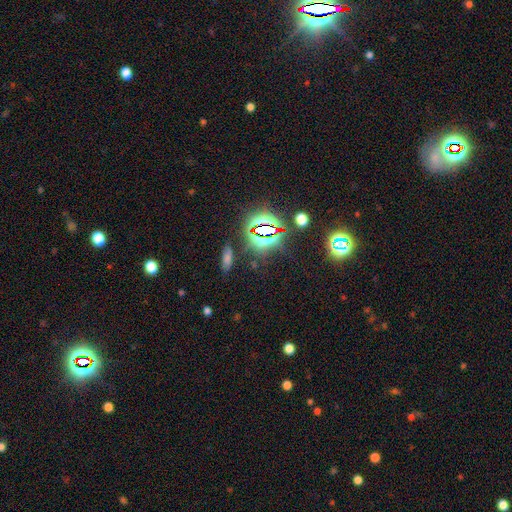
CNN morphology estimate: star or artifact 80%, smooth 12%, featured or disk 8%.